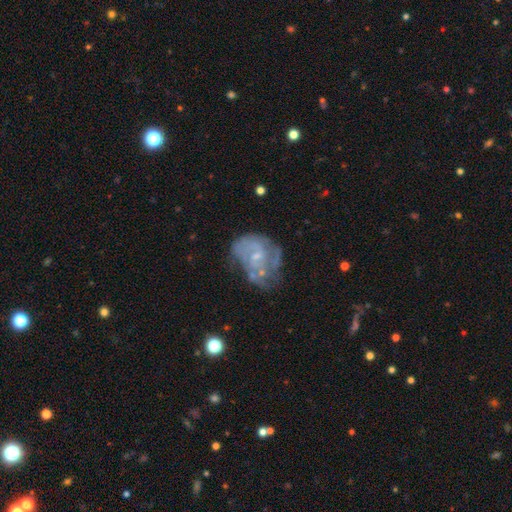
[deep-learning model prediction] Morphology: type=featured or disk (72%); edge-on=no (98%); bar=no (61%); spiral arms=yes (66%); bulge=small (60%); merging=none (37%).